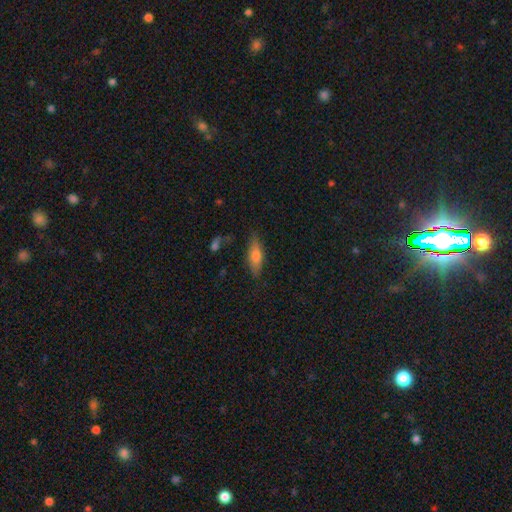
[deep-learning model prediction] A smooth galaxy with no disk features (55%) that is cigar-shaped (52%). Merging: none (81%).